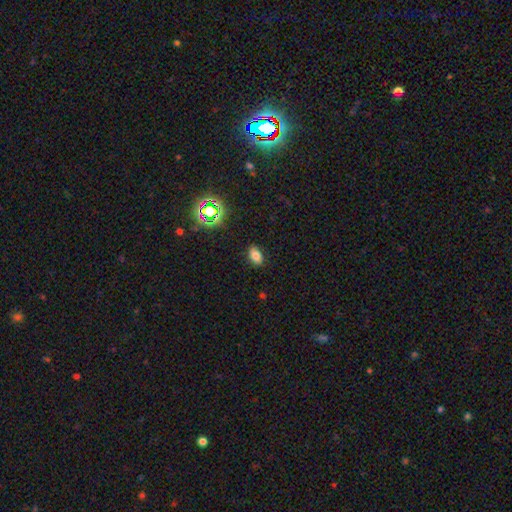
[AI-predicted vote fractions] Smooth or featured? smooth (75%)
How rounded? in between (88%)
Merging? none (87%)